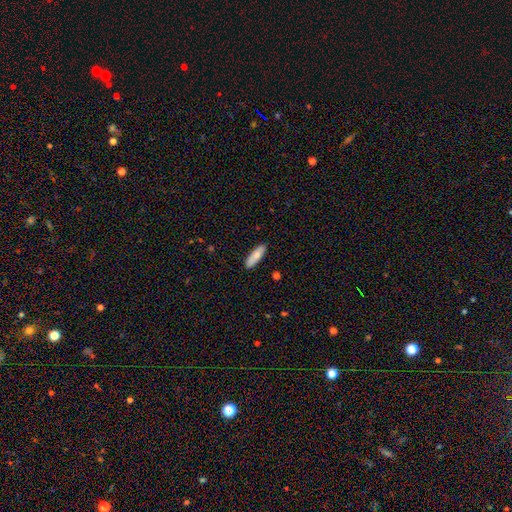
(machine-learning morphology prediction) The model was most divided on "how rounded": cigar-shaped: 55%, in between: 44%, round: 2%. More confident: merging — none (89%); smooth or featured — smooth (80%).